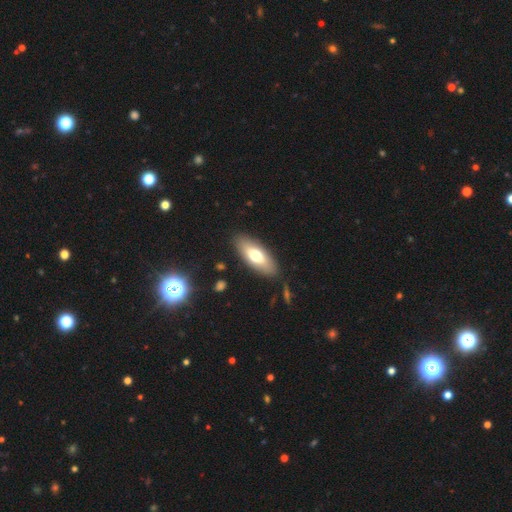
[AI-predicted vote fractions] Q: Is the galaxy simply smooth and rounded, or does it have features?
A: smooth — 66%.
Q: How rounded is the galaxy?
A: in between — 77%.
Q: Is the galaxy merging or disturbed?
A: none — 85%.